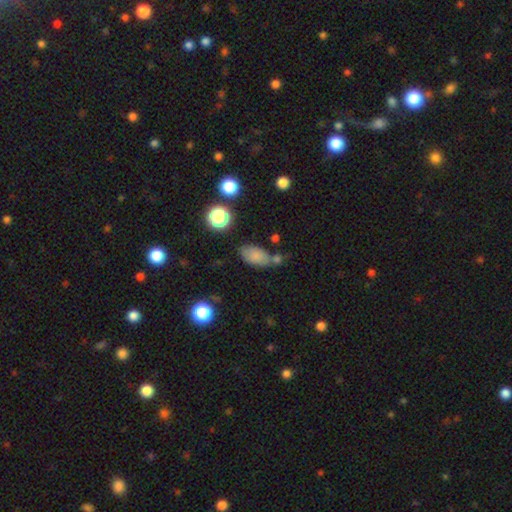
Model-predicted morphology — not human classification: type=smooth (79%); roundness=in between (89%); merging=none (56%).